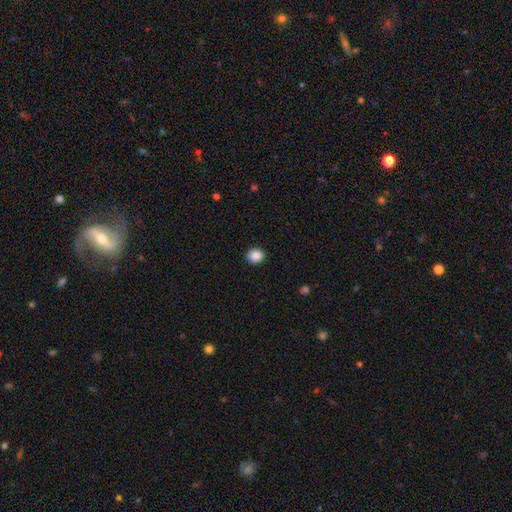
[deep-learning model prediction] smooth 87%, star or artifact 9%, featured or disk 3%. Down the decision tree: how rounded — round (78%); merging — none (91%).